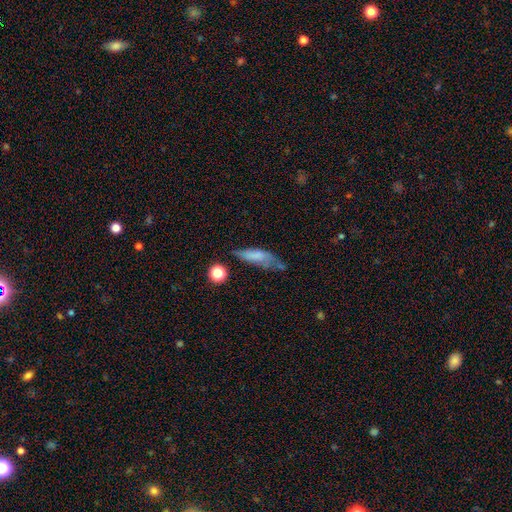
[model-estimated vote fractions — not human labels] This appears to be a smooth galaxy with no disk features (67%) that is in between round and cigar-shaped (49%). Merging: none (40%).